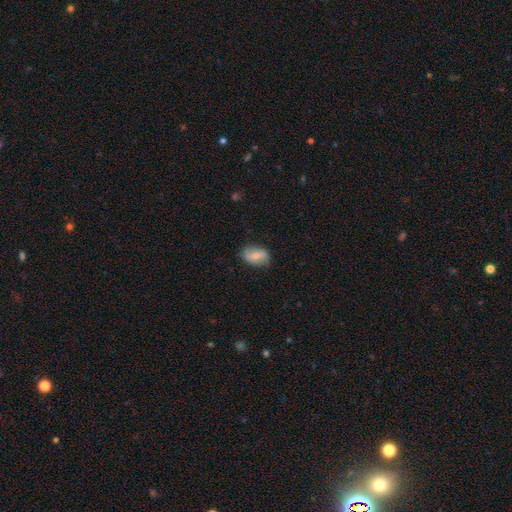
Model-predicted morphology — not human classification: Smooth or featured?
  - smooth: 52% *
  - featured or disk: 41%
  - star or artifact: 7%
How rounded?
  - in between: 85% *
  - round: 12%
  - cigar-shaped: 3%
Merging?
  - none: 78% *
  - minor disturbance: 17%
  - major disturbance: 4%
  - merger: 1%